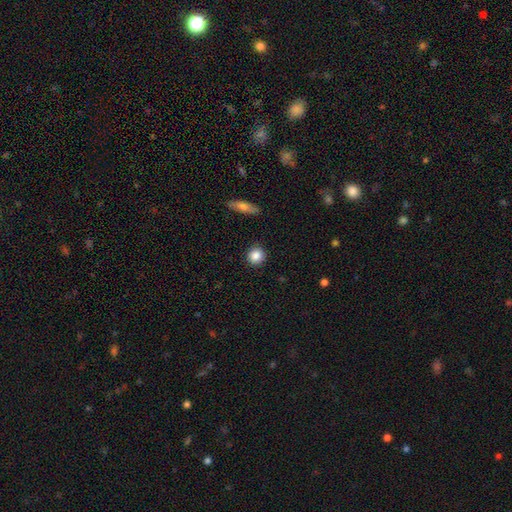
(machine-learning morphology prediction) Smooth or featured: smooth — 86% (star or artifact — 8%)
How rounded: round — 89% (in between — 10%)
Merging: none — 90% (minor disturbance — 6%)